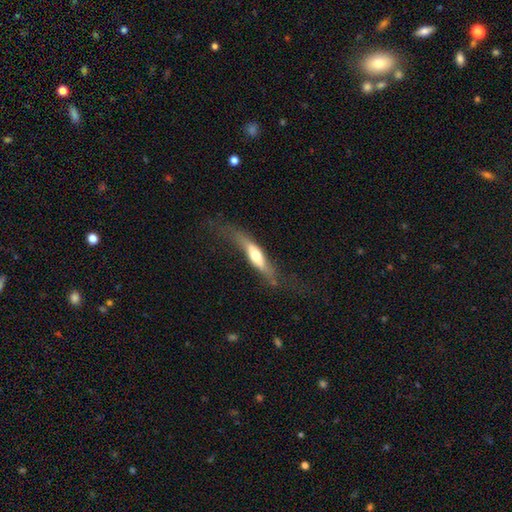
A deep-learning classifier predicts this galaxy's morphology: featured or disk 50%, smooth 44%, star or artifact 6%. Down the decision tree: edge-on disk — yes (75%); merging — none (50%).